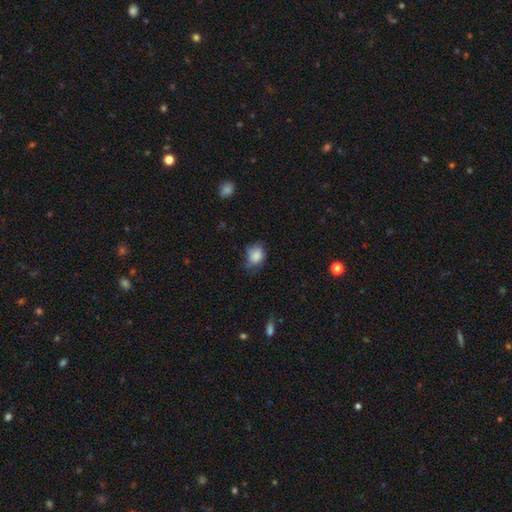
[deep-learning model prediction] Morphology: type=smooth (84%); roundness=in between (50%); merging=none (50%).